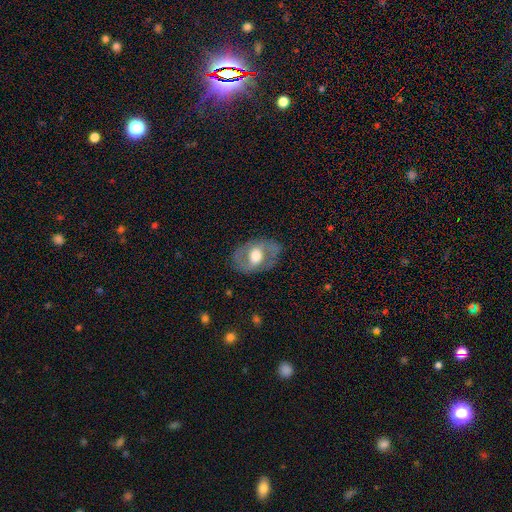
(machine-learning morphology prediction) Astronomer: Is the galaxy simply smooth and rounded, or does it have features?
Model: featured or disk — 66%.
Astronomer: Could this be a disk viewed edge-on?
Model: no — 94%.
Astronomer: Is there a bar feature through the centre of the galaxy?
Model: no — 51% (runner-up: weak, 34%).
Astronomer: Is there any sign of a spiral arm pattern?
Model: yes — 57% (runner-up: no, 43%).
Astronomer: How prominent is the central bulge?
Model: moderate — 52% (runner-up: large, 39%).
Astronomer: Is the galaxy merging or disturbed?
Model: none — 75%.